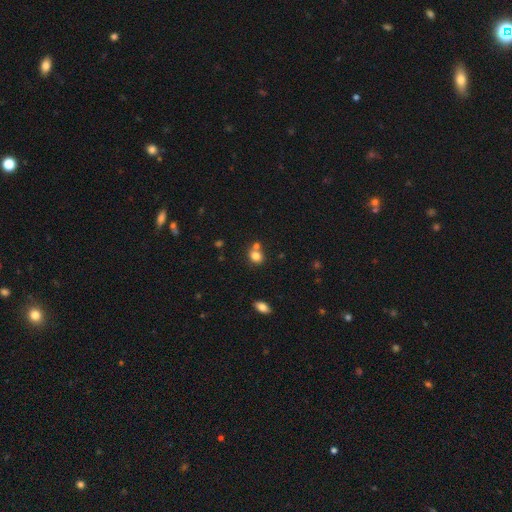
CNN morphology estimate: smooth 79%, star or artifact 12%, featured or disk 9%. Down the decision tree: how rounded — round (68%); merging — none (51%).